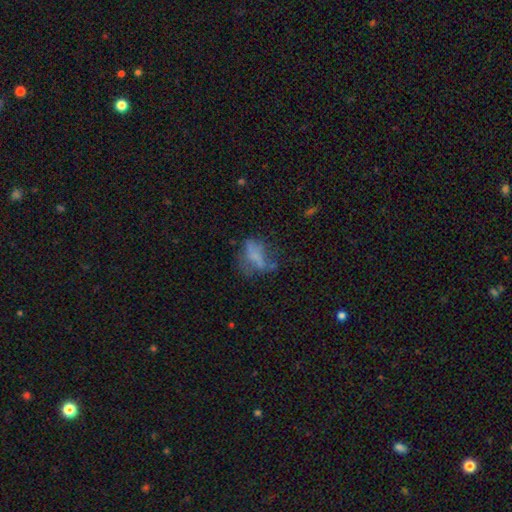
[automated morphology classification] smooth 46%, featured or disk 38%, star or artifact 16%. Down the decision tree: merging — none (37%).